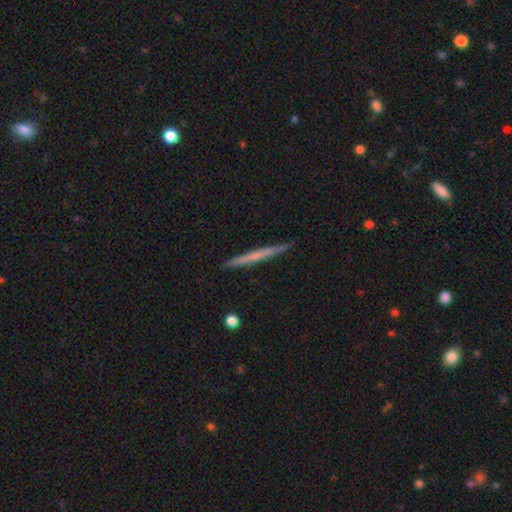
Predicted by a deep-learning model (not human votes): Overall: smooth (47%, tied with featured or disk). Merging: none (91%).